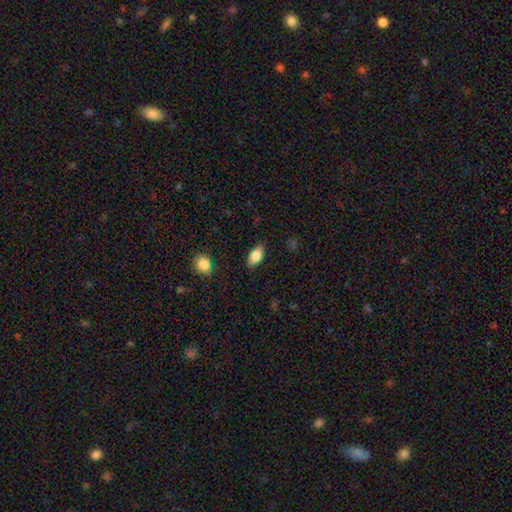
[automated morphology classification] Overall: smooth (81%). How rounded: in between (91%). Merging: none (87%).